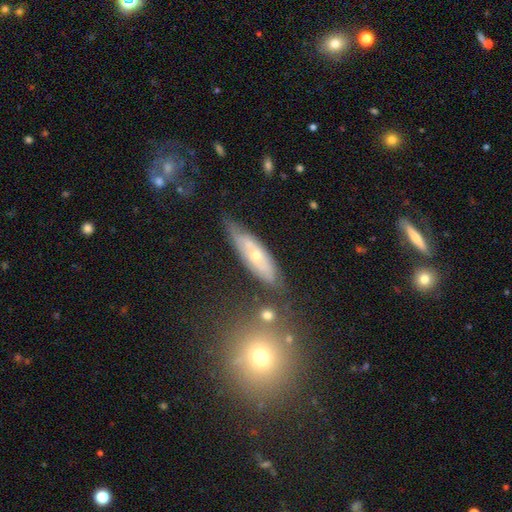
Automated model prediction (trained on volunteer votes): Overall: featured or disk (59%; smooth 33%). Edge-on disk: no (68%; yes 32%). Merging: none (59%; minor disturbance 27%).